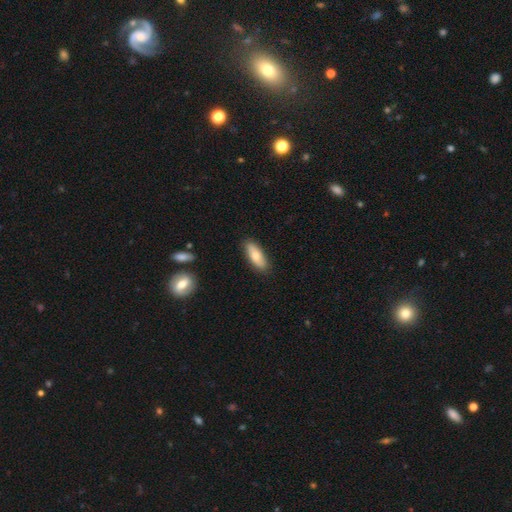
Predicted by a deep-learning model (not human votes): A smooth galaxy with no disk features (70%) that is in between round and cigar-shaped (70%). Merging: none (86%).